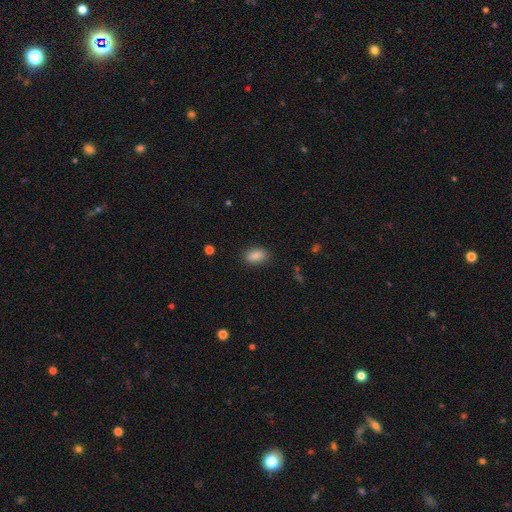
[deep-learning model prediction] Smooth or featured?
  - smooth: 87% *
  - star or artifact: 8%
  - featured or disk: 5%
How rounded?
  - in between: 88% *
  - round: 10%
  - cigar-shaped: 2%
Merging?
  - none: 87% *
  - minor disturbance: 9%
  - major disturbance: 3%
  - merger: 1%